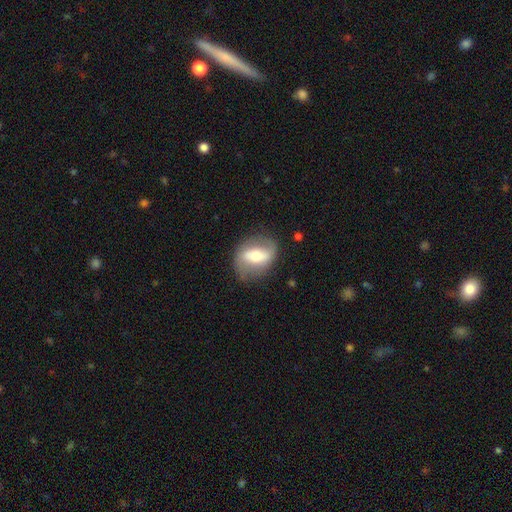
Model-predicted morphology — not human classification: Smooth or featured? featured or disk (57%)
Edge-on disk? no (88%)
Merging? none (77%)